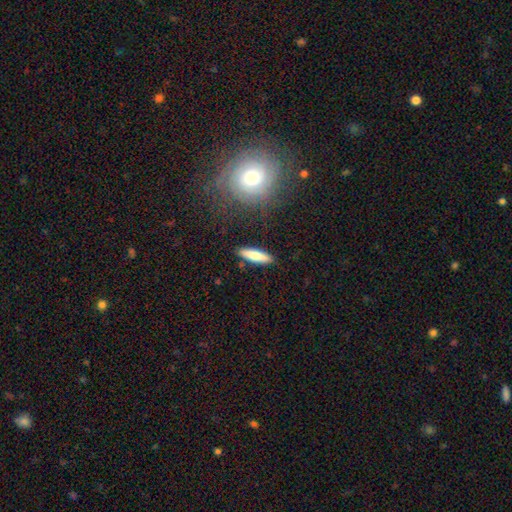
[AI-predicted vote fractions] smooth_or_featured: smooth (p=0.77) [alt: featured or disk p=0.17]
how_rounded: cigar-shaped (p=0.68) [alt: in between p=0.30]
merging: none (p=0.88) [alt: minor disturbance p=0.08]